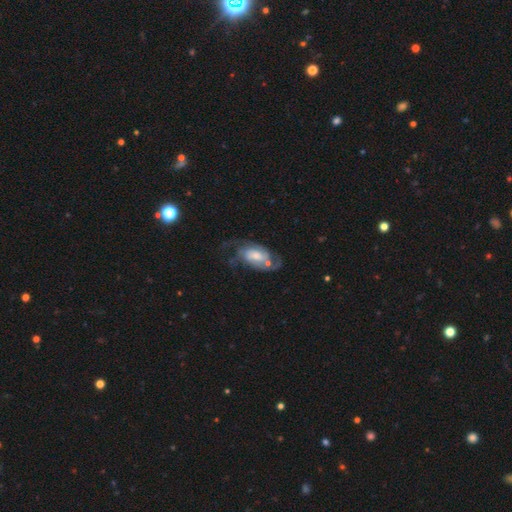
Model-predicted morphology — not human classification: smooth_or_featured: featured or disk (p=0.79) [alt: smooth p=0.16]
disk_edge_on: no (p=0.96) [alt: yes p=0.04]
bar: no (p=0.59) [alt: weak p=0.34]
has_spiral_arms: yes (p=0.92) [alt: no p=0.08]
spiral_winding: medium (p=0.44) [alt: tight p=0.30]
spiral_arm_count: 2 (p=0.52) [alt: can't tell p=0.20]
bulge_size: moderate (p=0.41) [alt: large p=0.25]
merging: none (p=0.48) [alt: major disturbance p=0.26]